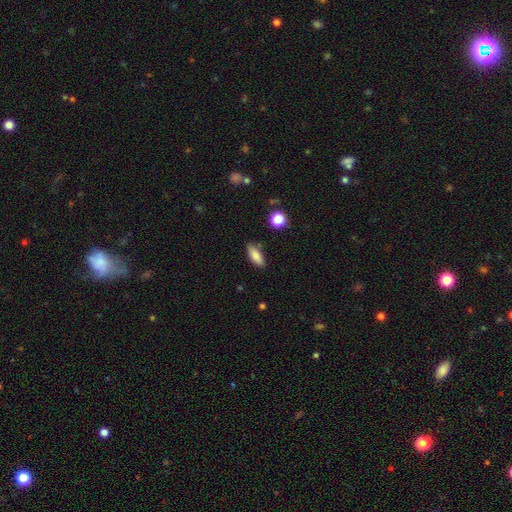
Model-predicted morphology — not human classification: This is clearly a smooth galaxy (83%). How rounded: likely in between (69%). Merging: clearly none (82%).